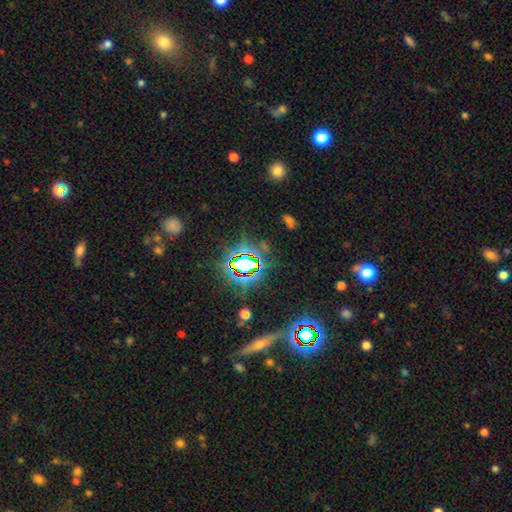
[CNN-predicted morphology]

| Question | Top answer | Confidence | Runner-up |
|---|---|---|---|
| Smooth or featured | star or artifact | 77% | smooth (14%) |